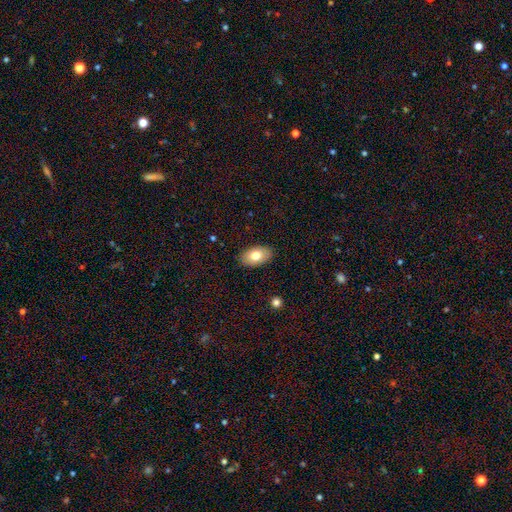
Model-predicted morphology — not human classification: smooth_or_featured: smooth (p=0.76) [alt: featured or disk p=0.17]
how_rounded: in between (p=0.93) [alt: round p=0.06]
merging: none (p=0.88) [alt: minor disturbance p=0.09]